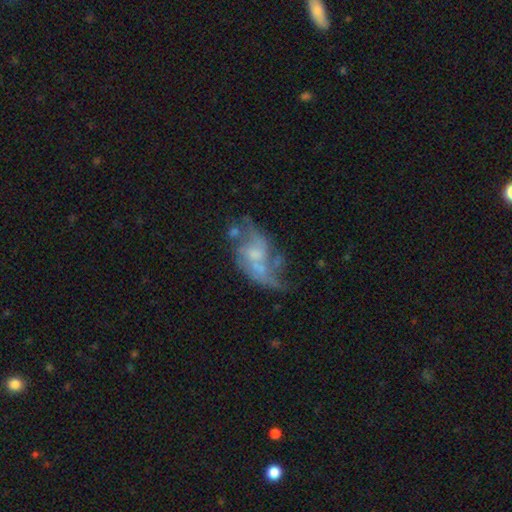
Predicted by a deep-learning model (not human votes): This is likely a featured or disk galaxy (76%). It is clearly not viewed edge-on (96%). Bar: possibly no (57%). Spiral arm pattern: likely yes (77%). Spiral arm count: possibly 2 (55%). Spiral winding: possibly loose (55%). Central bulge: possibly small (46%). Merging: marginally none (41%).